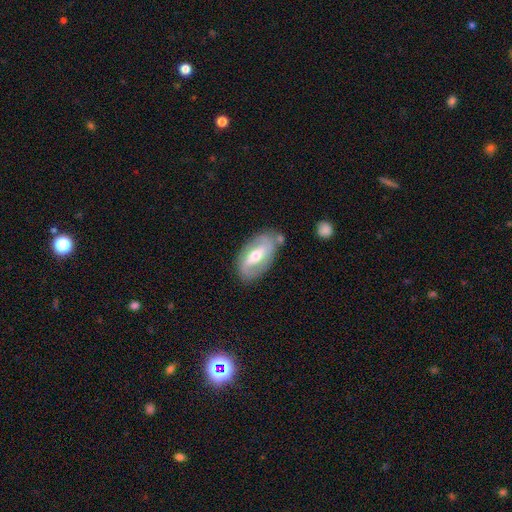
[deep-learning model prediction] Overall: featured or disk (67%). Edge-on disk: no (90%). Bar: strong (40%; weak 38%). Spiral arms: yes (68%; no 32%). Bulge size: moderate (69%). Merging: none (71%).